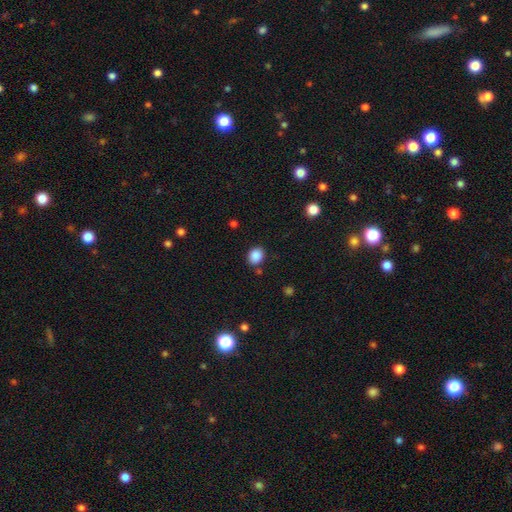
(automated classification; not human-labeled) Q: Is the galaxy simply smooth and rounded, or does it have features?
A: smooth — 87%.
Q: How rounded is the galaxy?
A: round — 55%.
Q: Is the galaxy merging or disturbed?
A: none — 81%.